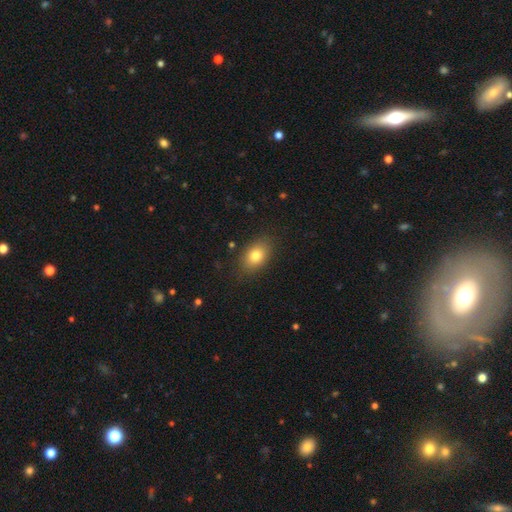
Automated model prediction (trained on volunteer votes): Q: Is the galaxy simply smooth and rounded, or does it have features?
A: smooth — 79%.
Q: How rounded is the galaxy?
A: in between — 83%.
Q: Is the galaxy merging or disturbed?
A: none — 85%.